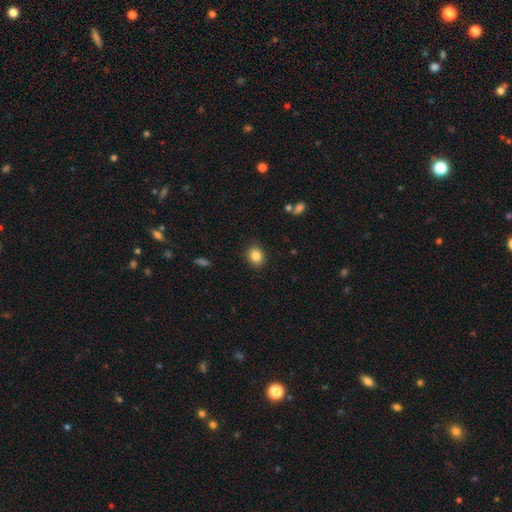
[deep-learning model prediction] smooth_or_featured: smooth (p=0.84) [alt: star or artifact p=0.10]
how_rounded: round (p=0.60) [alt: in between p=0.40]
merging: none (p=0.89) [alt: minor disturbance p=0.08]